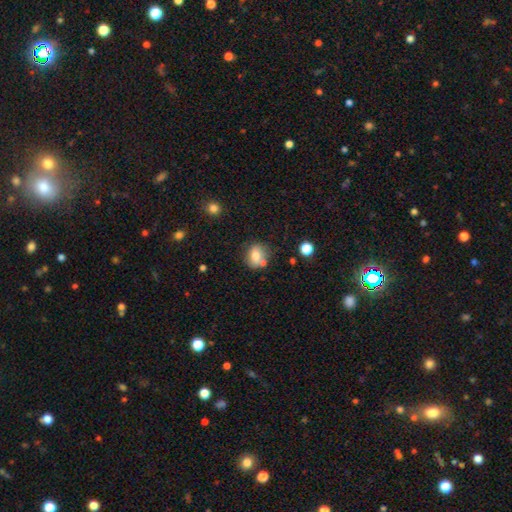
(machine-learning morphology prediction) Overall: smooth (71%). How rounded: round (59%; in between 40%). Merging: none (62%).